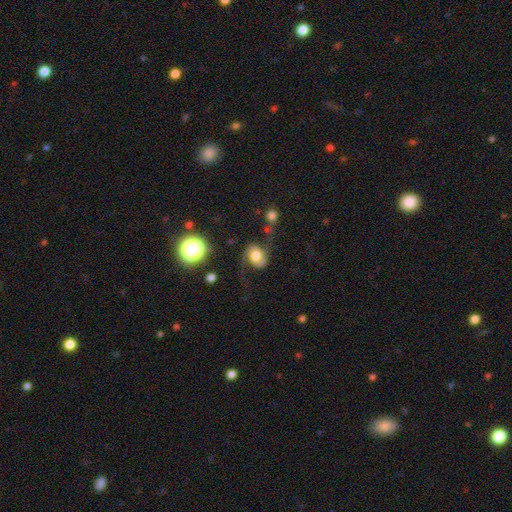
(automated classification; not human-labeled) smooth-or-featured: featured or disk: 54% | smooth: 35% | star or artifact: 11%
  disk-edge-on: no: 96% | yes: 4%
    bar: no: 63% | weak: 28% | strong: 9%
    has-spiral-arms: yes: 86% | no: 14%
    bulge-size: moderate: 49% | large: 34% | small: 8% | dominant: 7% | none: 3%
  merging: none: 52% | major disturbance: 22% | minor disturbance: 20% | merger: 6%